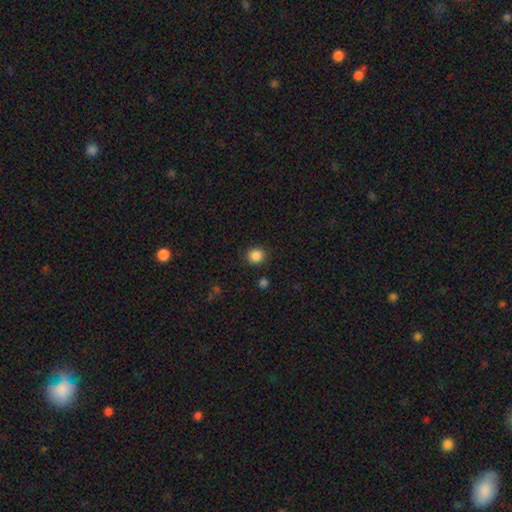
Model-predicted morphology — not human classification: smooth 86%, star or artifact 11%, featured or disk 3%. Down the decision tree: how rounded — round (85%); merging — none (88%).